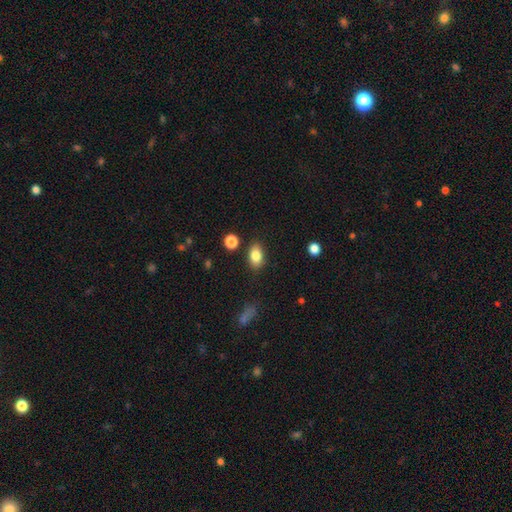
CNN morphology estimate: Overall: smooth (84%). How rounded: in between (85%). Merging: none (84%).